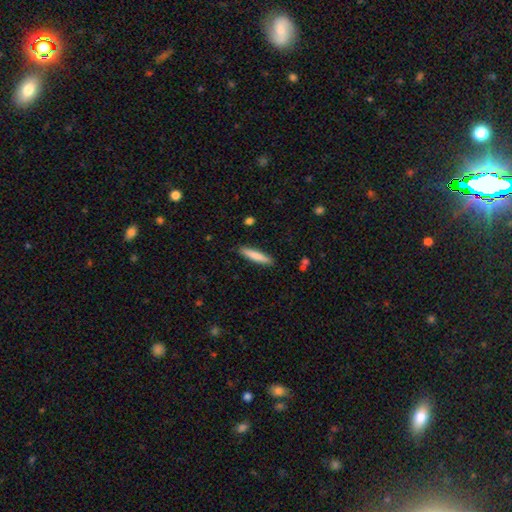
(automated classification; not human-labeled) This is clearly a smooth galaxy (80%). How rounded: clearly cigar-shaped (89%). Merging: clearly none (90%).